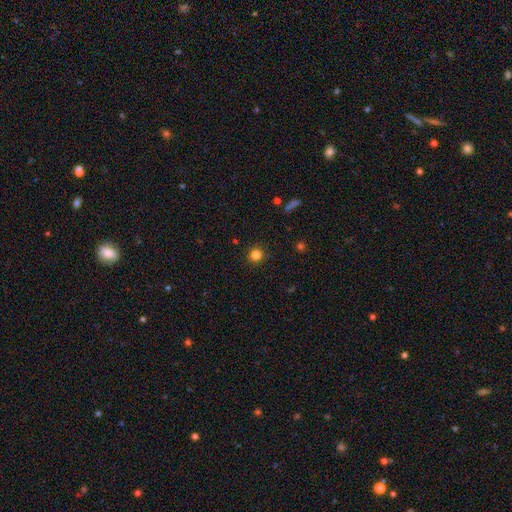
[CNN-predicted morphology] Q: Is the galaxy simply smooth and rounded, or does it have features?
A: smooth — 82%.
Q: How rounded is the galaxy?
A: round — 92%.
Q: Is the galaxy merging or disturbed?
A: none — 91%.